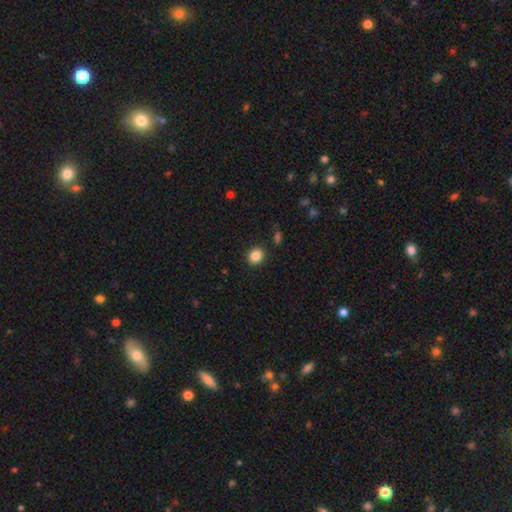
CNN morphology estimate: The model was most divided on "how rounded": round: 70%, in between: 29%, cigar-shaped: 1%. More confident: merging — none (89%); smooth or featured — smooth (85%).